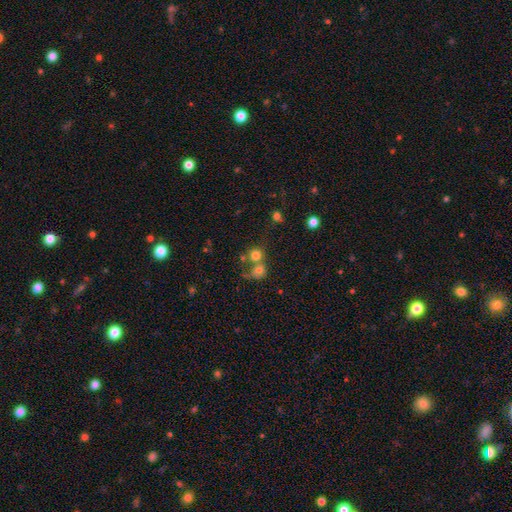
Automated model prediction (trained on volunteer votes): smooth-or-featured: smooth: 73% | star or artifact: 15% | featured or disk: 12%
  how-rounded: round: 84% | in between: 15% | cigar-shaped: 1%
  merging: merger: 47% | none: 40% | minor disturbance: 7% | major disturbance: 6%